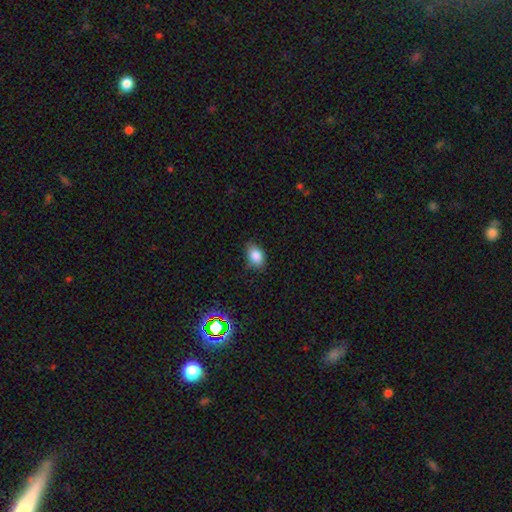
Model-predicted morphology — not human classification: Q: Smooth or featured?
A: smooth (85%); runner-up: star or artifact (9%)
Q: How rounded?
A: in between (86%); runner-up: round (12%)
Q: Merging?
A: none (76%); runner-up: minor disturbance (19%)